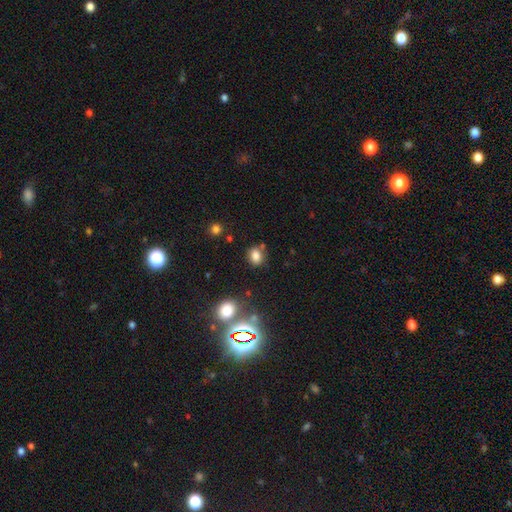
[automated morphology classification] Smooth or featured? smooth (79%)
How rounded? in between (54%)
Merging? none (74%)